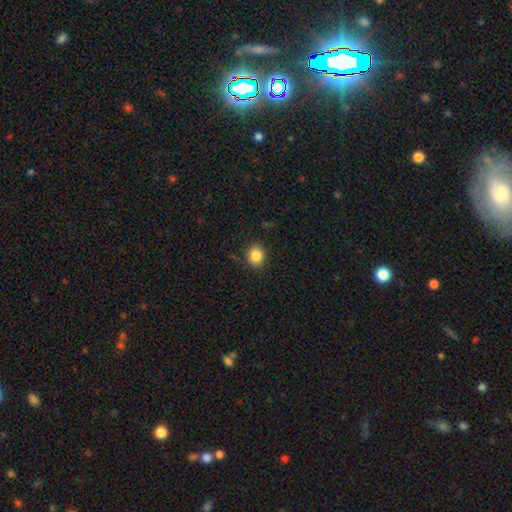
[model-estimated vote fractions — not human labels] This is clearly a smooth galaxy (84%). How rounded: likely round (75%). Merging: clearly none (88%).